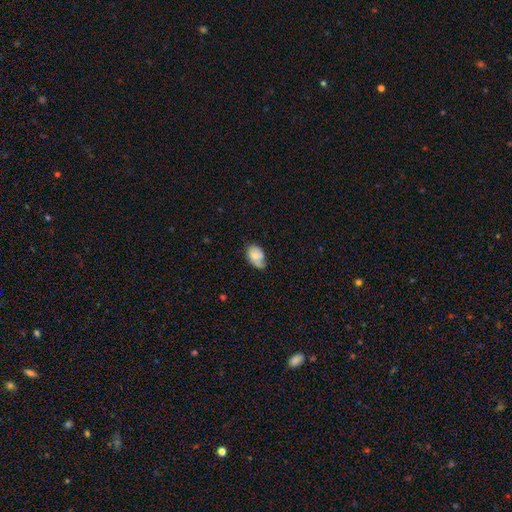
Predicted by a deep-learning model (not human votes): smooth_or_featured: smooth (p=0.63) [alt: featured or disk p=0.29]
how_rounded: in between (p=0.89) [alt: round p=0.10]
merging: none (p=0.46) [alt: minor disturbance p=0.38]